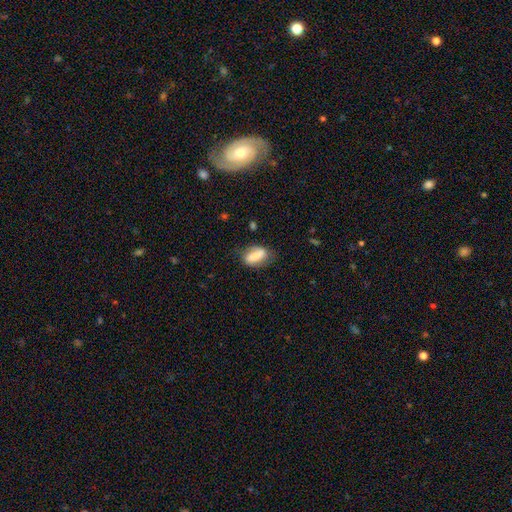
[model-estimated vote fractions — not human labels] This appears to be a smooth galaxy with no disk features (66%) that is in between round and cigar-shaped (83%). Merging: none (66%).